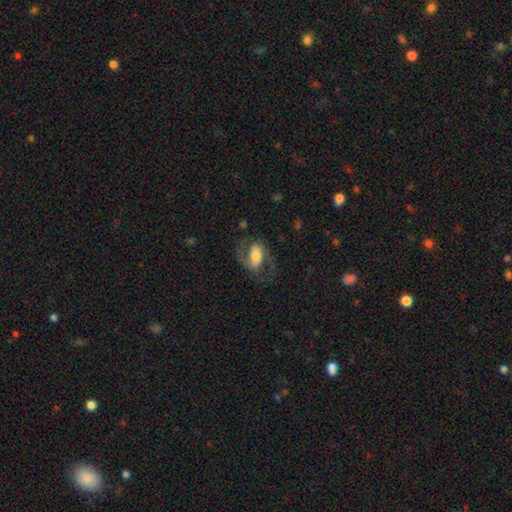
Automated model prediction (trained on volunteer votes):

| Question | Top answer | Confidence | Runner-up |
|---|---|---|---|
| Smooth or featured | featured or disk | 69% | smooth (24%) |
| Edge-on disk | no | 96% | yes (4%) |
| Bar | weak | 39% | strong (33%) |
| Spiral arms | yes | 88% | no (12%) |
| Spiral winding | medium | 54% | loose (29%) |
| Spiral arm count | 2 | 85% | 1 (7%) |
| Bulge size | moderate | 49% | large (24%) |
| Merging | none | 62% | major disturbance (19%) |